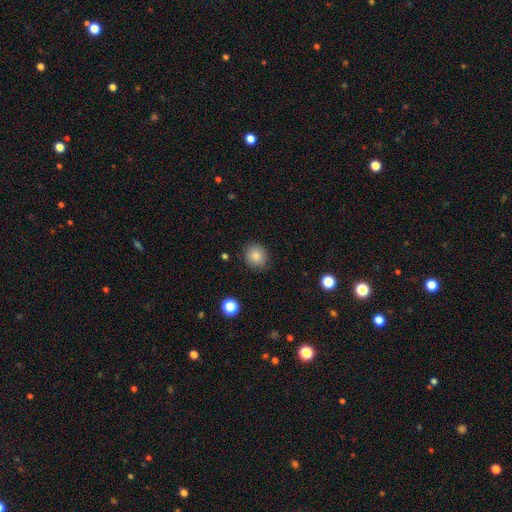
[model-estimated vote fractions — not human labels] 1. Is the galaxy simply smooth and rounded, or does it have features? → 85% smooth, 9% star or artifact, 6% featured or disk.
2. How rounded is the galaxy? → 85% round, 14% in between, 1% cigar-shaped.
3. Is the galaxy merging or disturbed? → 88% none, 9% minor disturbance, 2% major disturbance, 1% merger.